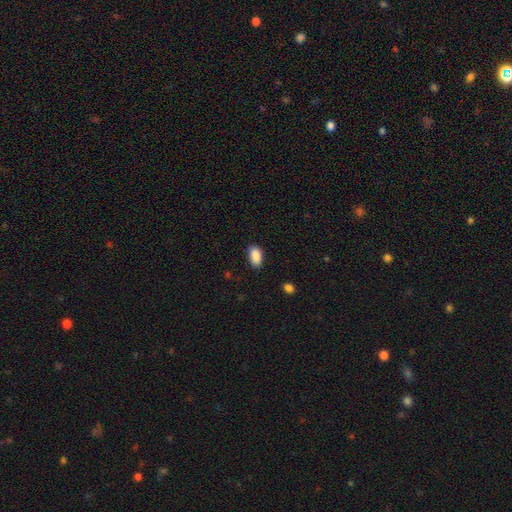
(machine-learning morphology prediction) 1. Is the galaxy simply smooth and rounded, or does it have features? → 90% smooth, 7% star or artifact, 3% featured or disk.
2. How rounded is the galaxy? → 93% in between, 5% round, 2% cigar-shaped.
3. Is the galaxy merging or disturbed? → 82% none, 14% minor disturbance, 3% major disturbance, 1% merger.